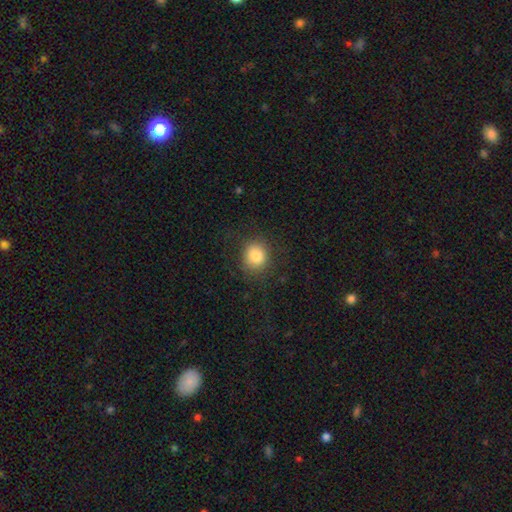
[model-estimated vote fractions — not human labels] A smooth galaxy with no disk features (82%) that is round (78%).

Vote fractions:
- Smooth or featured? smooth: 82% / star or artifact: 10% / featured or disk: 8%
- How rounded? round: 78% / in between: 21% / cigar-shaped: 1%
- Merging? none: 81% / minor disturbance: 11% / major disturbance: 7% / merger: 1%